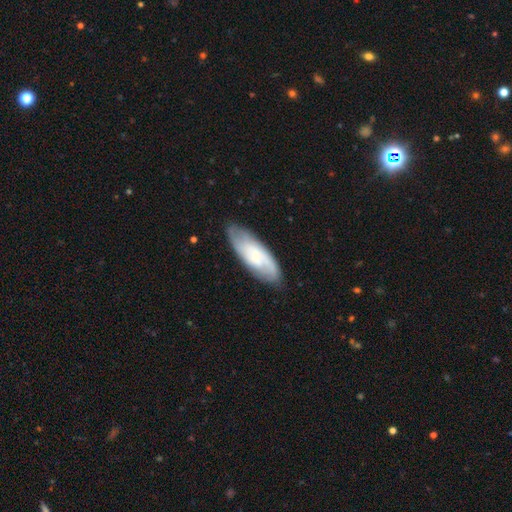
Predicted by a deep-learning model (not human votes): smooth_or_featured: featured or disk (p=0.58) [alt: smooth p=0.36]
disk_edge_on: no (p=0.86) [alt: yes p=0.14]
merging: none (p=0.80) [alt: minor disturbance p=0.15]